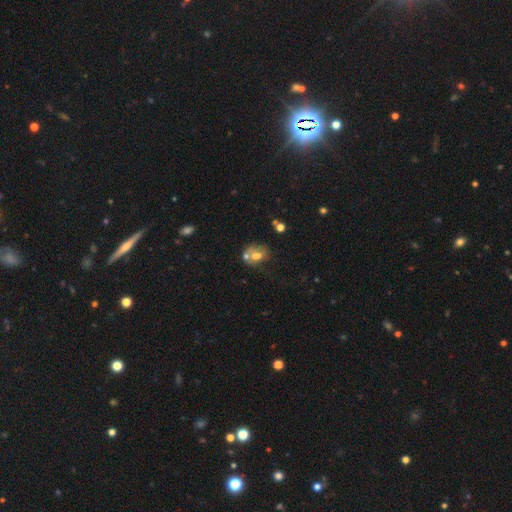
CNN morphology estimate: This appears to be a smooth galaxy with no disk features (58%) that is in between round and cigar-shaped (57%). Merging: merger (37%).